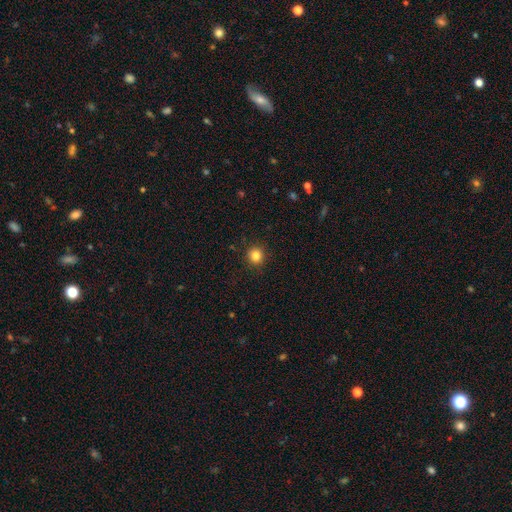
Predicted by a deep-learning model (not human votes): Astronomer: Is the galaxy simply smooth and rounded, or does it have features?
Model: smooth — 83%.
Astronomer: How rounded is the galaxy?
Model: round — 93%.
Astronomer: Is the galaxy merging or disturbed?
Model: none — 91%.